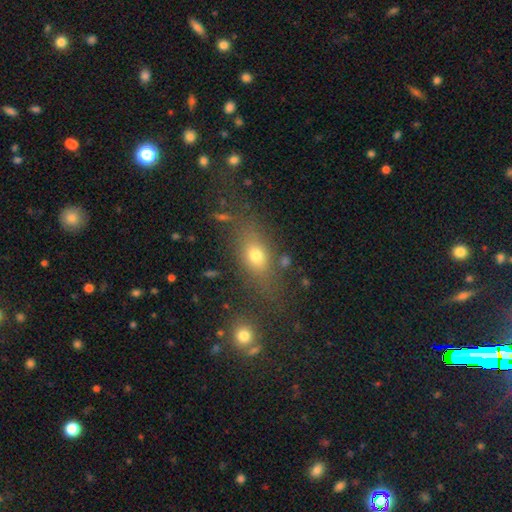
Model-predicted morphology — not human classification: The model was most divided on "how rounded": in between: 65%, round: 22%, cigar-shaped: 14%. More confident: merging — none (69%); smooth or featured — smooth (66%).